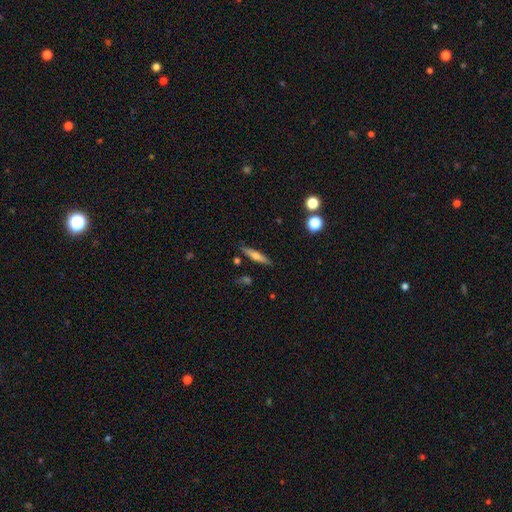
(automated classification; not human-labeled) smooth_or_featured: smooth (p=0.50) [alt: featured or disk p=0.43]
how_rounded: cigar-shaped (p=0.86) [alt: in between p=0.11]
merging: none (p=0.86) [alt: minor disturbance p=0.09]